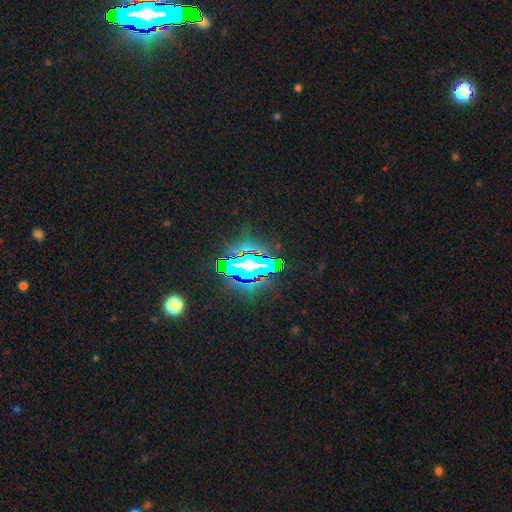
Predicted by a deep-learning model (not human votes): Overall: star or artifact (81%).